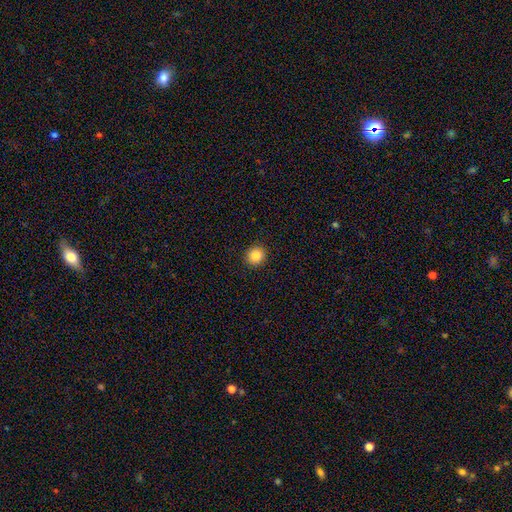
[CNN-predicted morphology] Smooth or featured: smooth — 87% (star or artifact — 10%)
How rounded: round — 88% (in between — 11%)
Merging: none — 91% (minor disturbance — 6%)